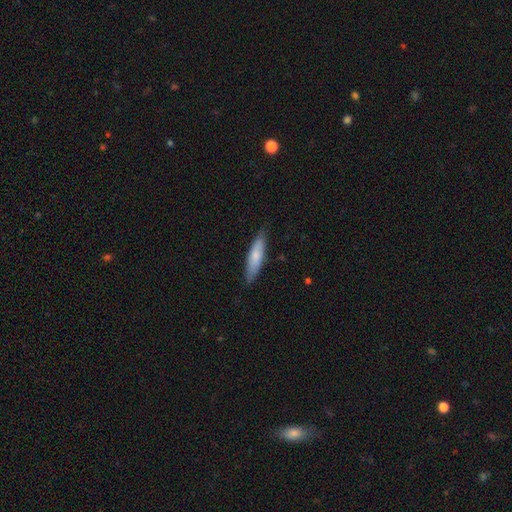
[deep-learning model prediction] smooth_or_featured: smooth (p=0.73) [alt: featured or disk p=0.22]
how_rounded: cigar-shaped (p=0.75) [alt: in between p=0.24]
merging: none (p=0.83) [alt: minor disturbance p=0.14]